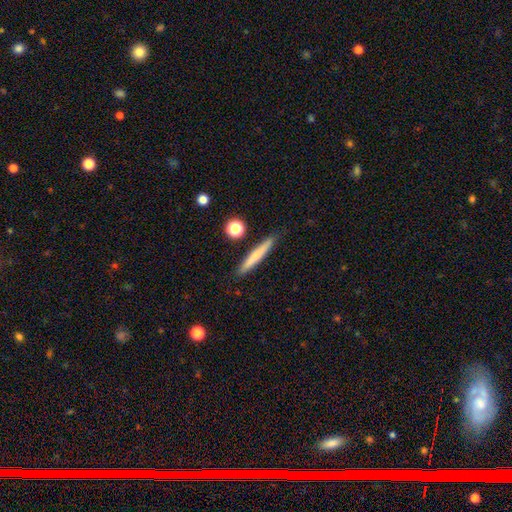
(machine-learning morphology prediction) smooth-or-featured: smooth: 64% | featured or disk: 29% | star or artifact: 7%
  how-rounded: cigar-shaped: 95% | in between: 4% | round: 2%
  merging: none: 88% | minor disturbance: 8% | merger: 2% | major disturbance: 2%